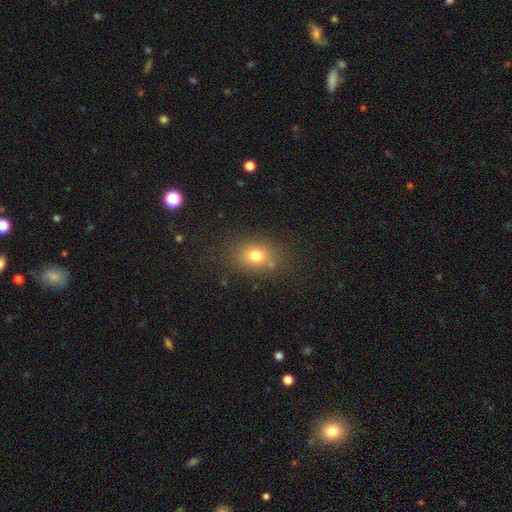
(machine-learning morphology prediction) Smooth or featured?
  - smooth: 75% *
  - star or artifact: 14%
  - featured or disk: 10%
How rounded?
  - in between: 54% *
  - round: 44%
  - cigar-shaped: 1%
Merging?
  - none: 78% *
  - minor disturbance: 13%
  - major disturbance: 6%
  - merger: 3%